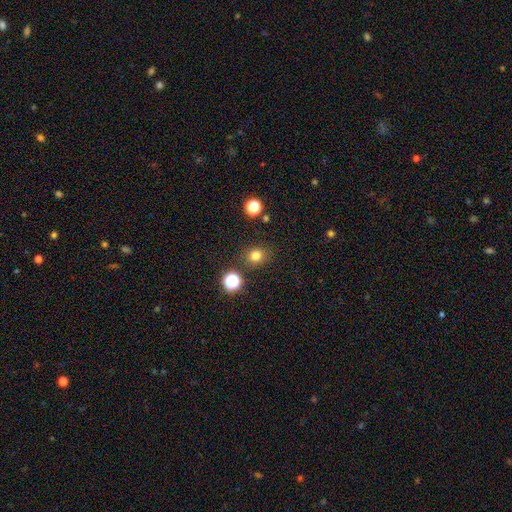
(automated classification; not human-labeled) The model was most divided on "smooth or featured": smooth: 78%, star or artifact: 17%, featured or disk: 6%. More confident: merging — none (86%); how rounded — round (81%).